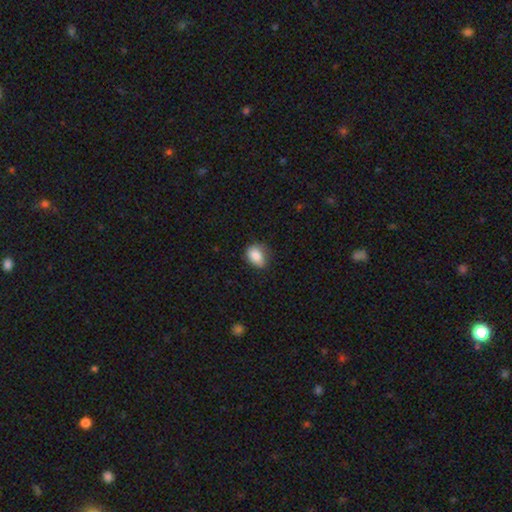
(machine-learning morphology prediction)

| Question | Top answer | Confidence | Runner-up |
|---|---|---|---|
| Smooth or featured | smooth | 84% | star or artifact (8%) |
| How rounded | in between | 61% | round (38%) |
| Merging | none | 62% | minor disturbance (30%) |